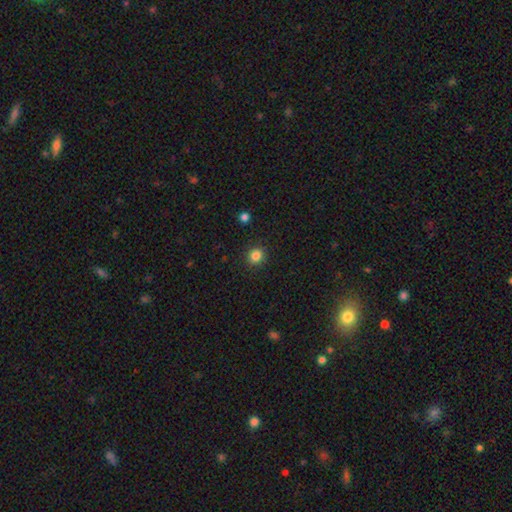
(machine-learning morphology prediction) Overall: smooth (84%). How rounded: round (84%). Merging: none (91%).